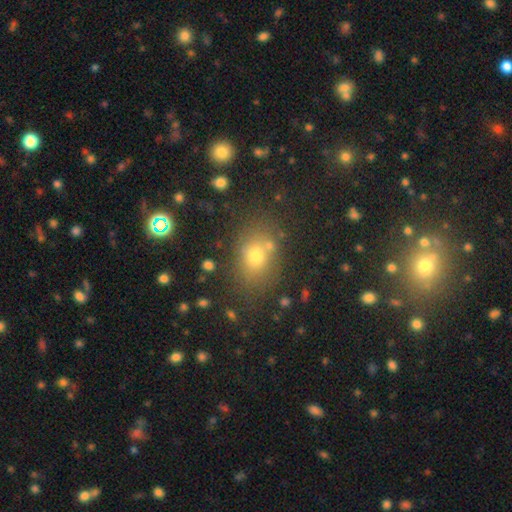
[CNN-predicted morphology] The model was most divided on "how rounded": in between: 63%, round: 36%, cigar-shaped: 1%. More confident: merging — none (72%); smooth or featured — smooth (70%).